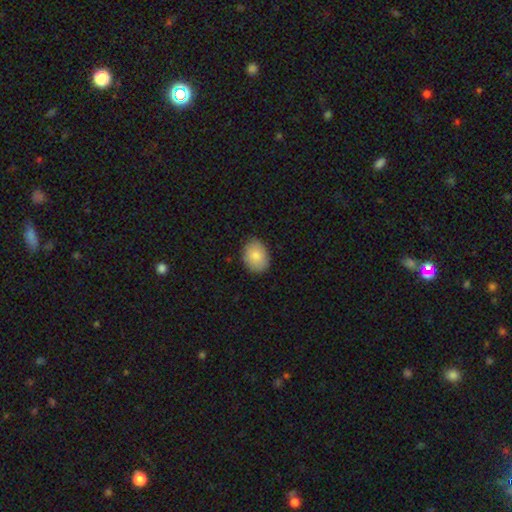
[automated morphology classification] smooth-or-featured: smooth: 83% | featured or disk: 10% | star or artifact: 7%
  how-rounded: in between: 69% | round: 30% | cigar-shaped: 1%
  merging: none: 85% | minor disturbance: 12% | major disturbance: 2% | merger: 1%